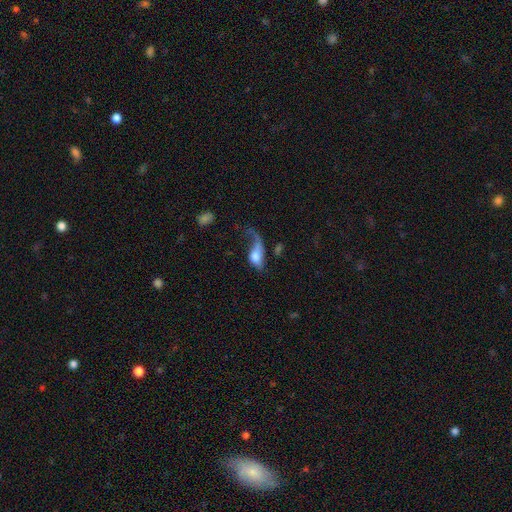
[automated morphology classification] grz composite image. It shows a smooth galaxy with no disk features (47%). Merging: major disturbance (58%).